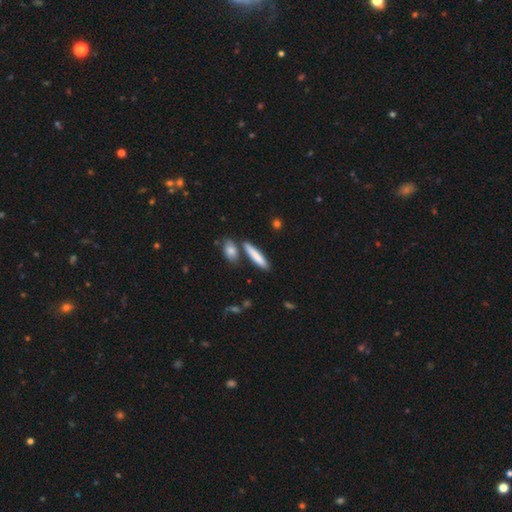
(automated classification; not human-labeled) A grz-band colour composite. It shows a smooth galaxy with no disk features (80%) that is cigar-shaped (83%). Merging: none (78%).